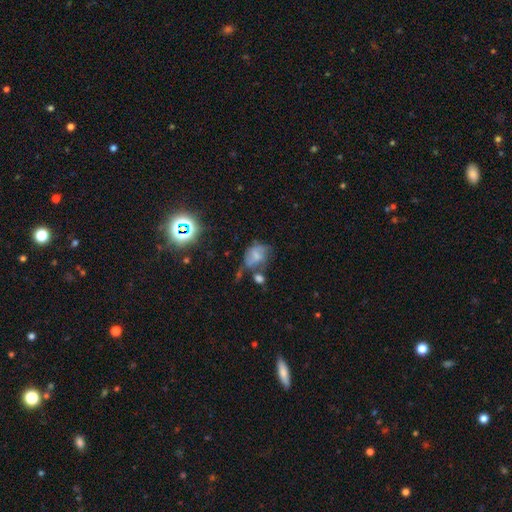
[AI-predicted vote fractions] Overall: smooth (50%; featured or disk 34%). How rounded: in between (68%; round 30%). Merging: none (31%; minor disturbance 28%).